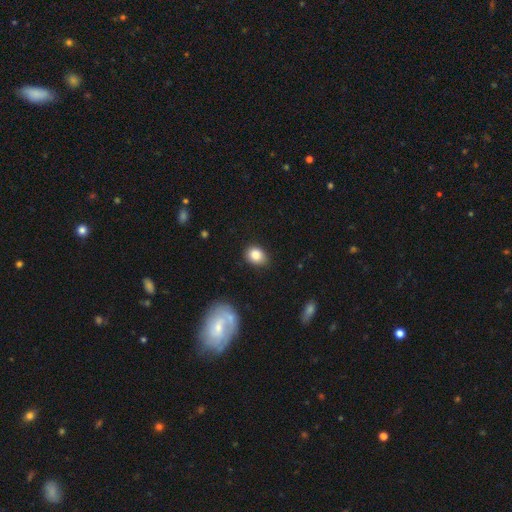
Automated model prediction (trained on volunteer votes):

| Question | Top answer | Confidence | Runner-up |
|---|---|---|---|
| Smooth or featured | smooth | 85% | star or artifact (9%) |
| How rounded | in between | 51% | round (48%) |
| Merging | none | 79% | minor disturbance (16%) |